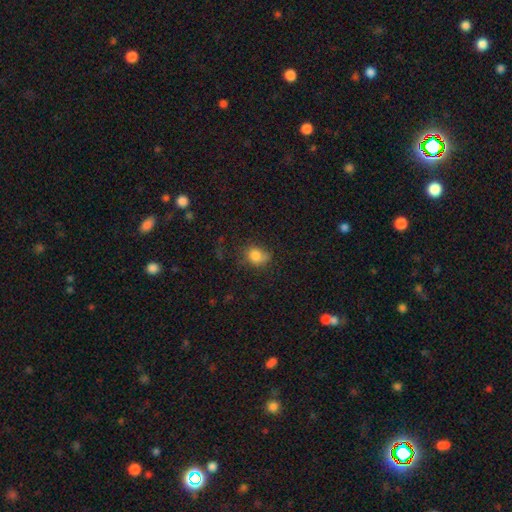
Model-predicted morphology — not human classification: smooth-or-featured: smooth: 81% | star or artifact: 11% | featured or disk: 8%
  how-rounded: in between: 51% | round: 48% | cigar-shaped: 1%
  merging: none: 54% | minor disturbance: 29% | major disturbance: 13% | merger: 3%